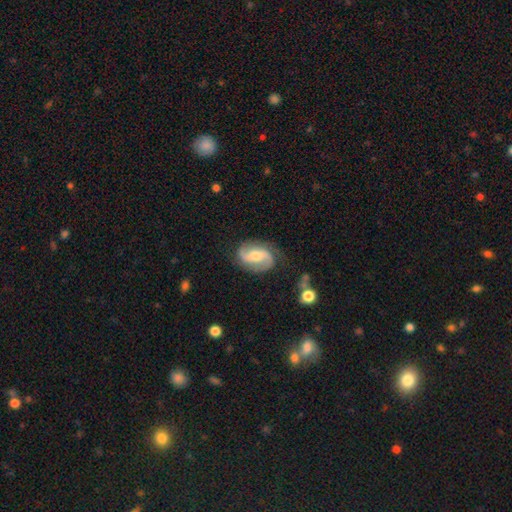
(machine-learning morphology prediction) A featured or disk galaxy (82%) with a weak bar (40%), 2 (91%) medium (41%, tied with loose) spiral arms (96%) and a moderate central bulge (56%).

Vote fractions:
- Smooth or featured? featured or disk: 82% / smooth: 12% / star or artifact: 6%
- Edge-on disk? no: 97% / yes: 3%
- Bar? weak: 40% / no: 37% / strong: 23%
- Spiral arms? yes: 96% / no: 4%
- Spiral winding? medium: 41% (tied) / loose: 41% (tied) / tight: 18%
- Spiral arm count? 2: 91% / can't tell: 3% / 1: 2% / 3: 2% / 4: 1% / more than 4: 1%
- Bulge size? moderate: 56% / small: 34% / large: 6% / none: 3% / dominant: 1%
- Merging? none: 77% / minor disturbance: 15% / major disturbance: 6% / merger: 2%